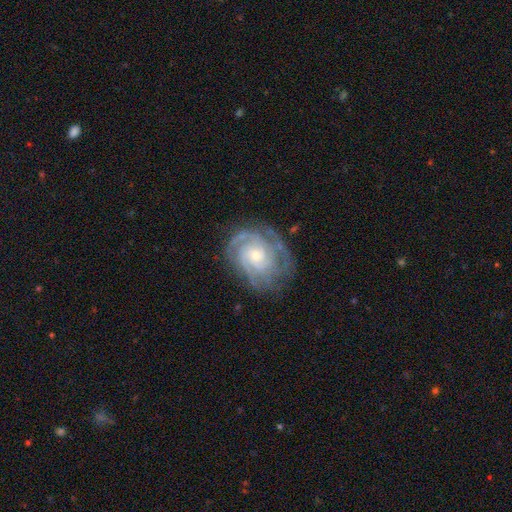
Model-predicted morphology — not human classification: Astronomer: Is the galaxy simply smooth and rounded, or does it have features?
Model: featured or disk — 89%.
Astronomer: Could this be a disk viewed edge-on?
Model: no — 98%.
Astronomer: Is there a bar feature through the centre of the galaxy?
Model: no — 74%.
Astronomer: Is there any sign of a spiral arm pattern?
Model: yes — 98%.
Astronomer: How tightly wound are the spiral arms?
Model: tight — 71%.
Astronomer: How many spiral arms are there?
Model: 3 — 34% (runner-up: 2, 19%).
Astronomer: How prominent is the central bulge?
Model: small — 63%.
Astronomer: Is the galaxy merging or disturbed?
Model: none — 74%.